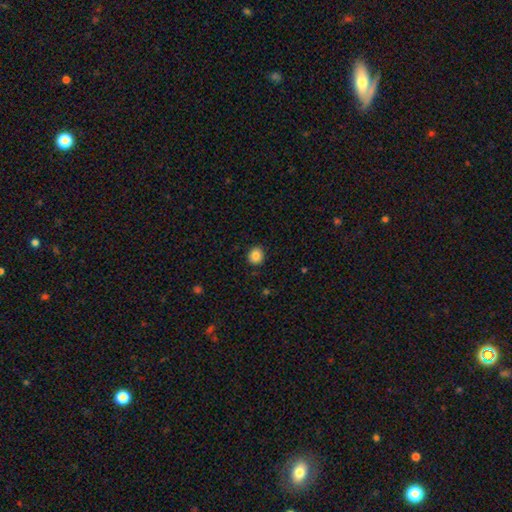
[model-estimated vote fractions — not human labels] The model was most divided on "how rounded": round: 81%, in between: 18%, cigar-shaped: 1%. More confident: merging — none (90%); smooth or featured — smooth (86%).